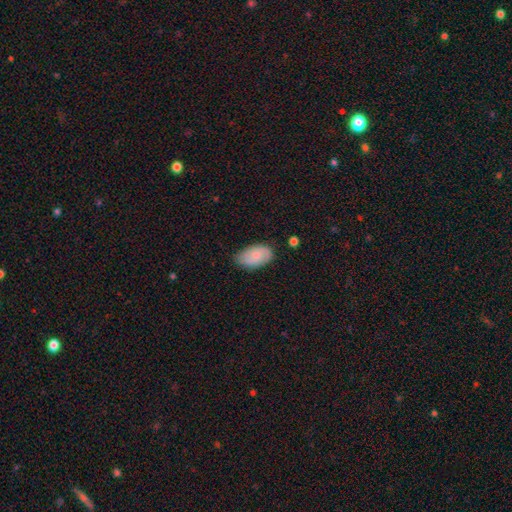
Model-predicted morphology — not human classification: A smooth galaxy with no disk features (70%) that is in between round and cigar-shaped (94%).

Vote fractions:
- Smooth or featured? smooth: 70% / featured or disk: 24% / star or artifact: 7%
- How rounded? in between: 94% / round: 4% / cigar-shaped: 2%
- Merging? none: 72% / minor disturbance: 23% / major disturbance: 4% / merger: 1%